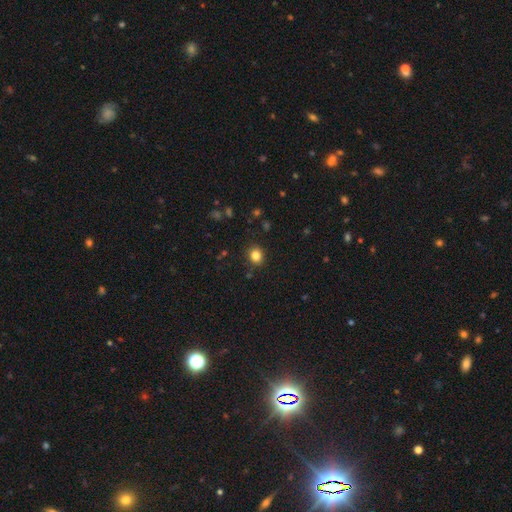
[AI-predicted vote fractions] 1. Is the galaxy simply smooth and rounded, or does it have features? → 83% smooth, 12% star or artifact, 5% featured or disk.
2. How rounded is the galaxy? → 76% round, 23% in between, 1% cigar-shaped.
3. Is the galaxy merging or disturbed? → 89% none, 7% minor disturbance, 2% major disturbance, 1% merger.